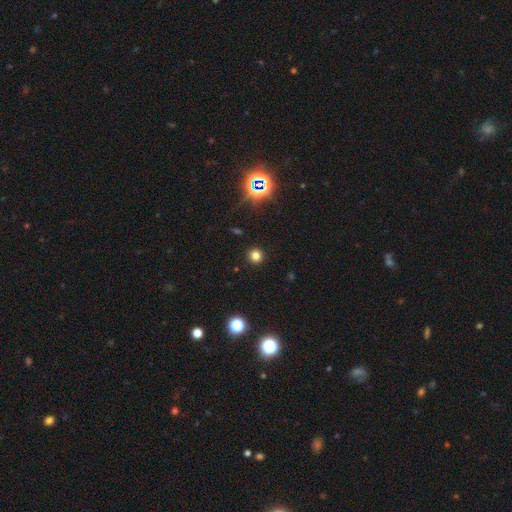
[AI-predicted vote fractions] A smooth galaxy with no disk features (75%) that is round (94%).

Vote fractions:
- Smooth or featured? smooth: 75% / star or artifact: 20% / featured or disk: 6%
- How rounded? round: 94% / in between: 5% / cigar-shaped: 1%
- Merging? none: 92% / minor disturbance: 5% / major disturbance: 2% / merger: 1%